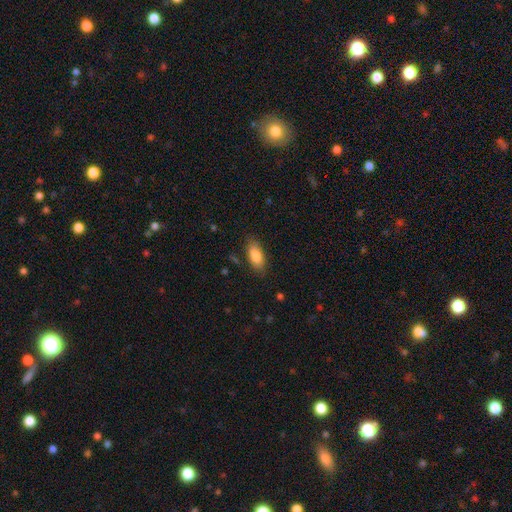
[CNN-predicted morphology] This is clearly a smooth galaxy (84%). How rounded: clearly in between (86%). Merging: clearly none (80%).